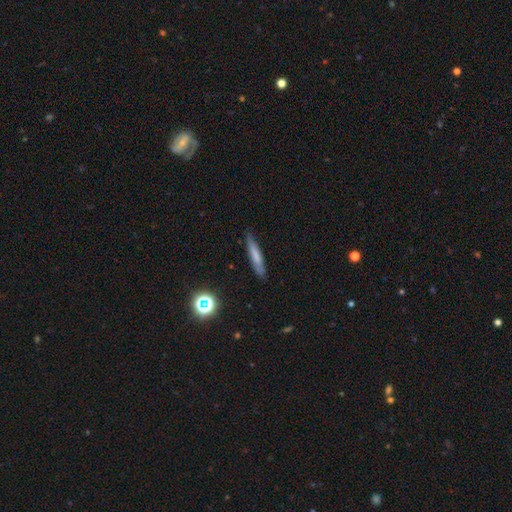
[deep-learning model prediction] Morphology: type=smooth (68%); roundness=cigar-shaped (91%); merging=none (84%).